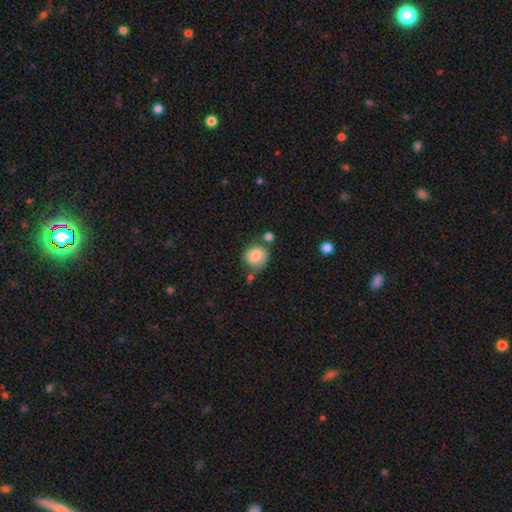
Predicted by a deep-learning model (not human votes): A smooth galaxy with no disk features (82%) that is round (87%).

Vote fractions:
- Smooth or featured? smooth: 82% / featured or disk: 9% / star or artifact: 8%
- How rounded? round: 87% / in between: 12% / cigar-shaped: 1%
- Merging? none: 66% / minor disturbance: 17% / merger: 13% / major disturbance: 5%